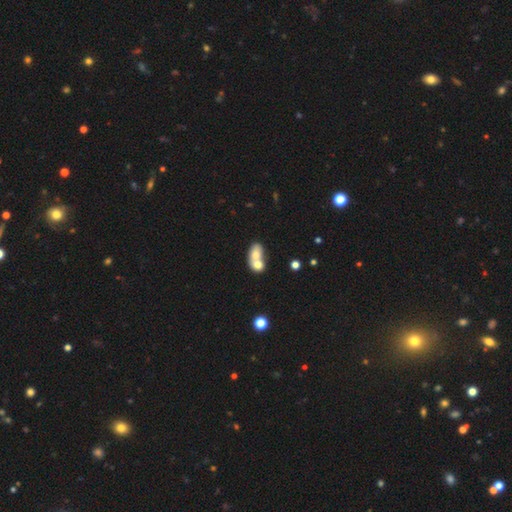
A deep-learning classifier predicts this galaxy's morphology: Smooth or featured? Predicted: smooth (p=0.69). How rounded? Predicted: in between (p=0.68). Merging? Predicted: merger (p=0.77).